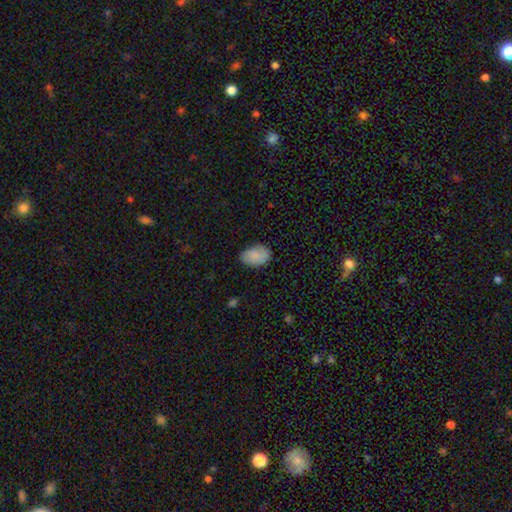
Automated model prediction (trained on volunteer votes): Smooth or featured: smooth — 84% (featured or disk — 9%)
How rounded: in between — 89% (round — 10%)
Merging: none — 78% (minor disturbance — 17%)